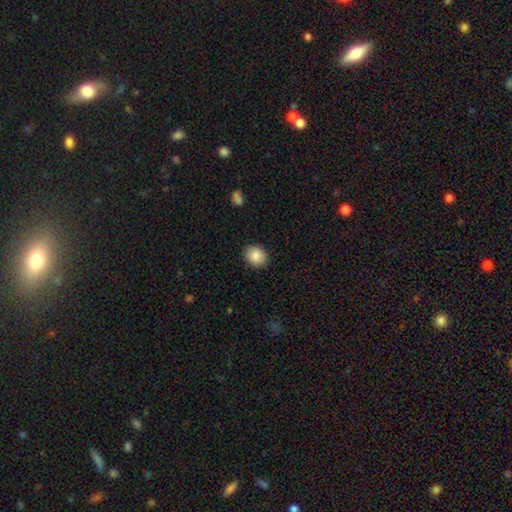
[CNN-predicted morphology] Smooth or featured? smooth (88%)
How rounded? round (68%)
Merging? none (90%)